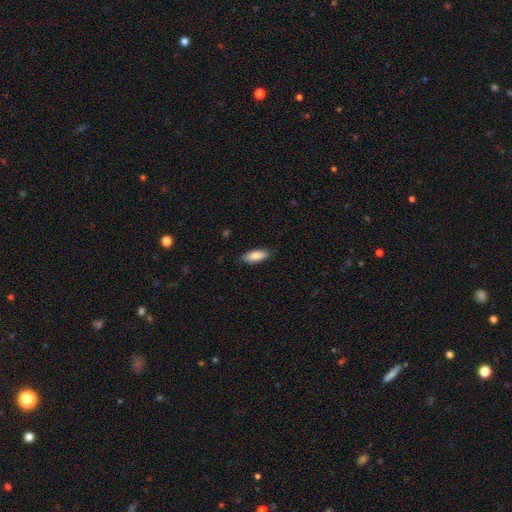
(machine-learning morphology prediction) type=smooth (88%); roundness=in between (76%); merging=none (85%).